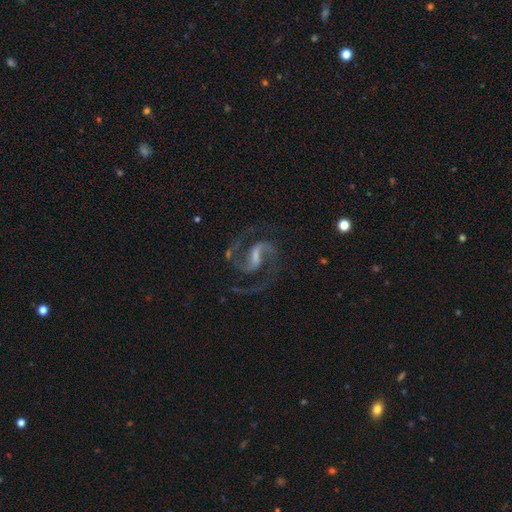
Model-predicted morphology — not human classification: This appears to be a featured or disk galaxy (92%) with a strong bar (46%), 2 (94%) medium (69%) spiral arms (98%) and a small central bulge (38%). Merging: none (76%).